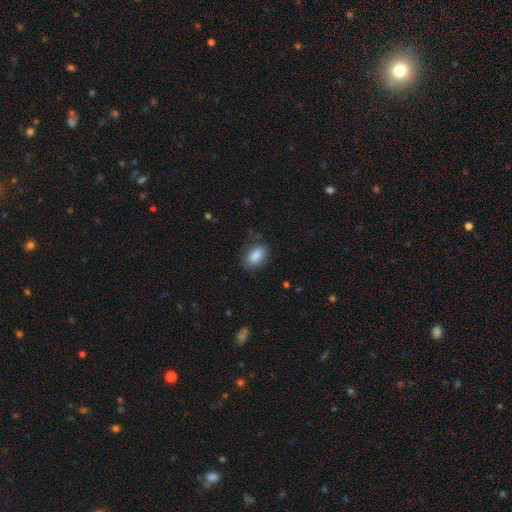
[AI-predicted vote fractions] Morphology: type=smooth (88%); roundness=in between (91%); merging=none (80%).